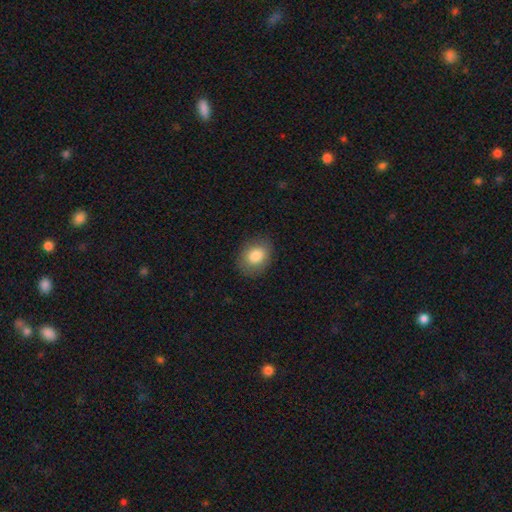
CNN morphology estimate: type=smooth (83%); roundness=in between (62%); merging=none (84%).